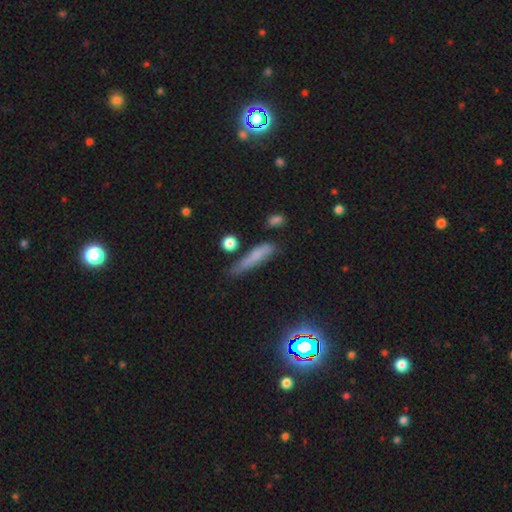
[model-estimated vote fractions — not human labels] smooth 66%, featured or disk 19%, star or artifact 14%. Down the decision tree: how rounded — cigar-shaped (80%); merging — none (55%).